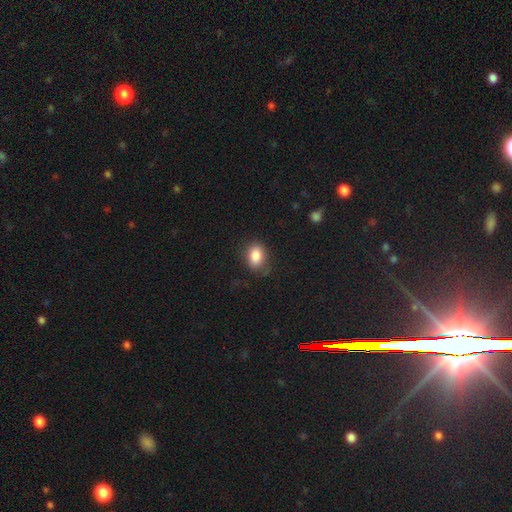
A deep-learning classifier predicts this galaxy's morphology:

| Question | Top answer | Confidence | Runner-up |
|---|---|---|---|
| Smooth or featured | smooth | 86% | star or artifact (8%) |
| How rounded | in between | 77% | round (22%) |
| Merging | none | 73% | minor disturbance (20%) |